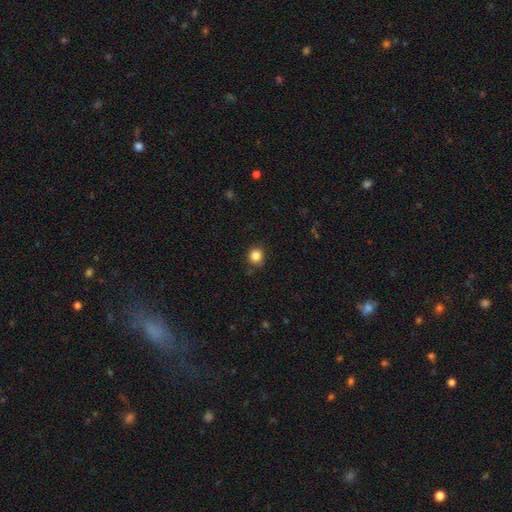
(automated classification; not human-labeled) This is clearly a smooth galaxy (85%). How rounded: clearly round (88%). Merging: clearly none (83%).